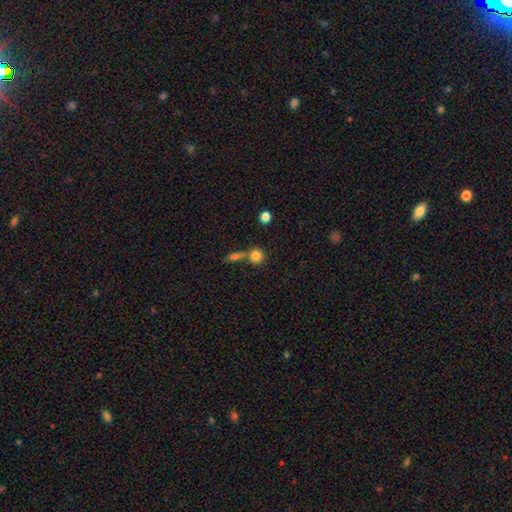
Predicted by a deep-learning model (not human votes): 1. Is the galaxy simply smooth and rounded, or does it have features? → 82% smooth, 10% star or artifact, 8% featured or disk.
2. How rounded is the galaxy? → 86% round, 11% in between, 2% cigar-shaped.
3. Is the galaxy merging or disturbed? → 54% none, 32% merger, 9% minor disturbance, 5% major disturbance.